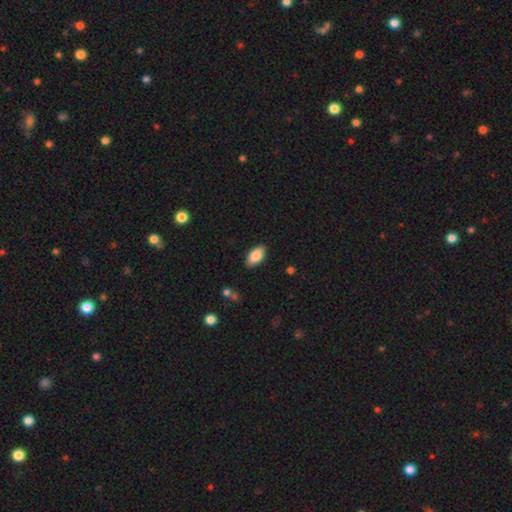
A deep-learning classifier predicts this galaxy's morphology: This is clearly a smooth galaxy (84%). How rounded: clearly in between (93%). Merging: clearly none (88%).